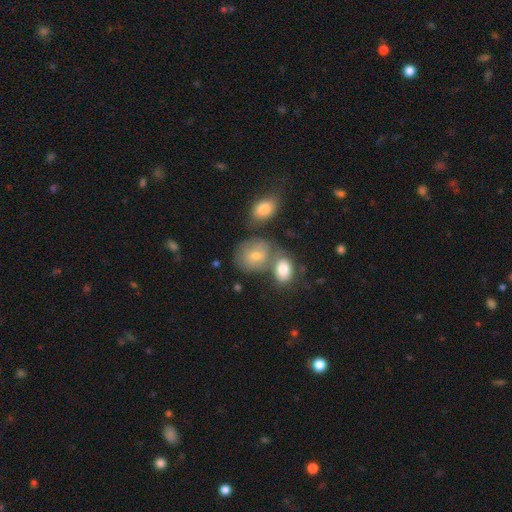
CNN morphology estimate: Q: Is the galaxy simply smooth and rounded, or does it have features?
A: smooth — 64%.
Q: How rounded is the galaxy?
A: round — 55%.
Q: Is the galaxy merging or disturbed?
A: none — 46%.